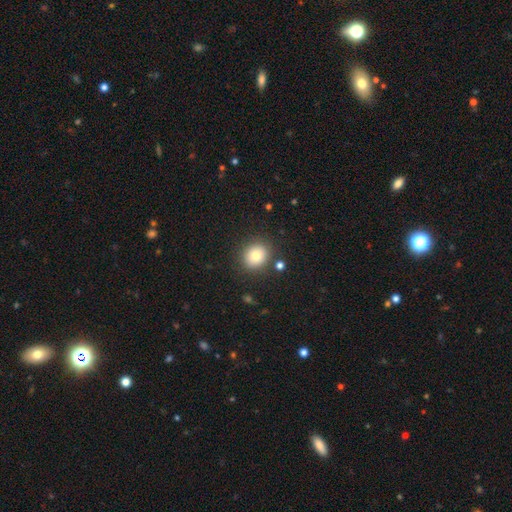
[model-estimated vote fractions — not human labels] Morphology: type=smooth (78%); roundness=round (80%); merging=none (86%).